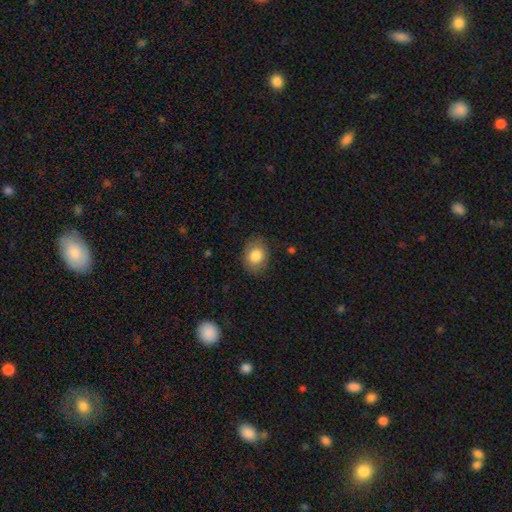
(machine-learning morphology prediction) The model was most divided on "how rounded": in between: 57%, round: 42%, cigar-shaped: 1%. More confident: smooth or featured — smooth (82%); merging — none (82%).